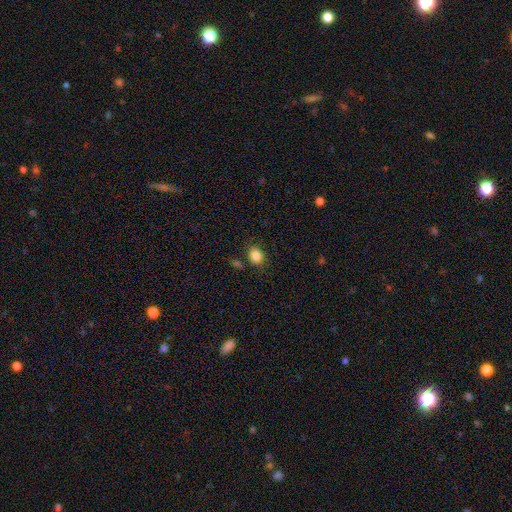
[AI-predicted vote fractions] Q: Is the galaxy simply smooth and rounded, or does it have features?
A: smooth — 86%.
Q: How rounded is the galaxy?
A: in between — 50%.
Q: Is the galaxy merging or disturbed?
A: none — 80%.